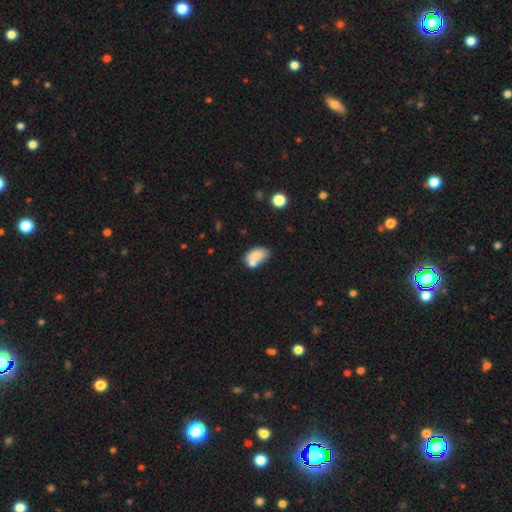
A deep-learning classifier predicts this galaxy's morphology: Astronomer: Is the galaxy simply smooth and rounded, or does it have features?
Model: smooth — 76%.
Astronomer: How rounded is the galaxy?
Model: in between — 87%.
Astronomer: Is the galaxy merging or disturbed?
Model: none — 41% (runner-up: merger, 36%).